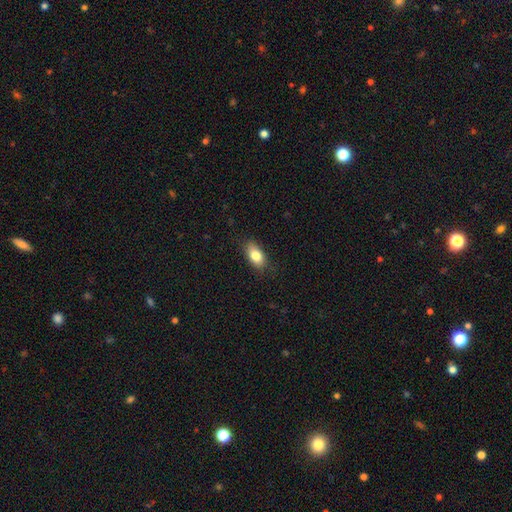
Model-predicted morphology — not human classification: Overall: smooth (81%). How rounded: in between (89%). Merging: none (82%).